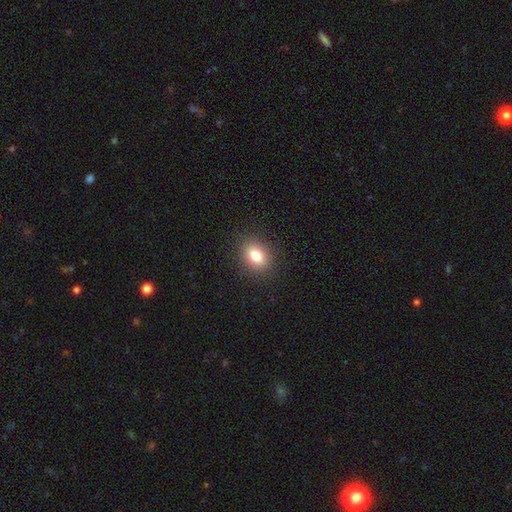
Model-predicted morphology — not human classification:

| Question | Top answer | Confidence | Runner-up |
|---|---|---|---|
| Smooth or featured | smooth | 82% | star or artifact (10%) |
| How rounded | in between | 63% | round (36%) |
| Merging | none | 89% | minor disturbance (8%) |